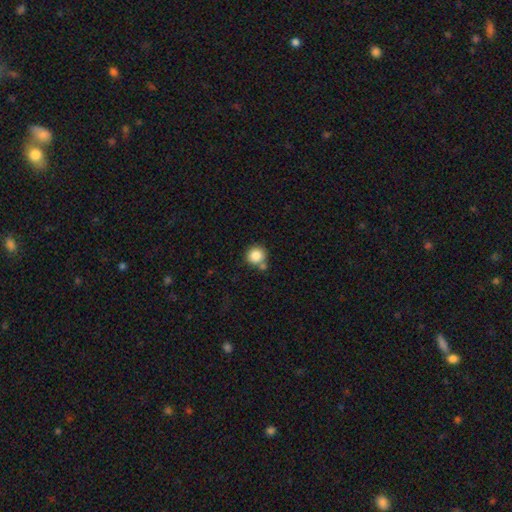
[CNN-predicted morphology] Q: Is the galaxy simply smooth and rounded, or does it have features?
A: smooth — 85%.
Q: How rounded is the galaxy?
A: round — 91%.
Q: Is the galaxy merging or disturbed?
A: none — 65%.